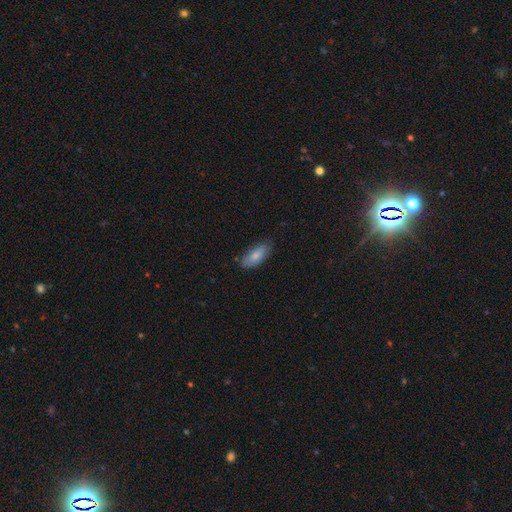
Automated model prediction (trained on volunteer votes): The model was most divided on "merging": none: 79%, minor disturbance: 17%, major disturbance: 3%, merger: 1%. More confident: how rounded — in between (83%); smooth or featured — smooth (81%).